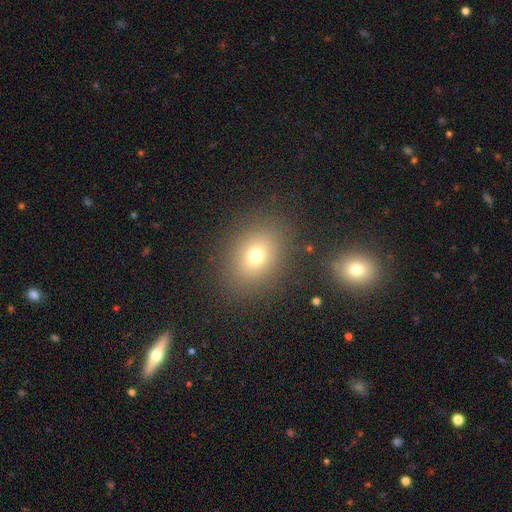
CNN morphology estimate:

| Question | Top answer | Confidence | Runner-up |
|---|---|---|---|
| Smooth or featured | smooth | 71% | star or artifact (17%) |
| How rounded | in between | 53% | round (46%) |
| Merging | none | 83% | minor disturbance (9%) |